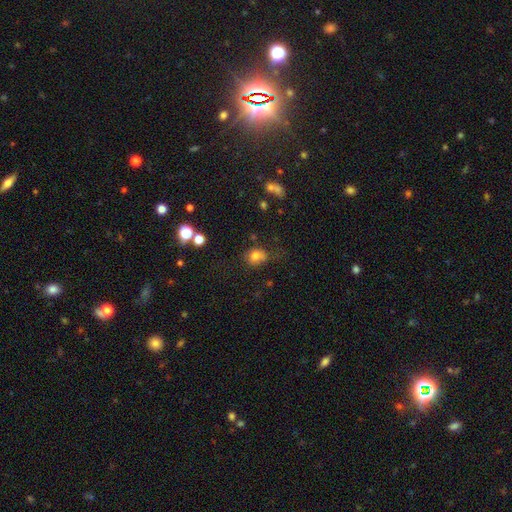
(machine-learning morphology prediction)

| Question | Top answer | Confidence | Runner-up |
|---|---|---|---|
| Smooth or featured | smooth | 77% | star or artifact (13%) |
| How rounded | round | 56% | in between (42%) |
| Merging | none | 60% | minor disturbance (25%) |